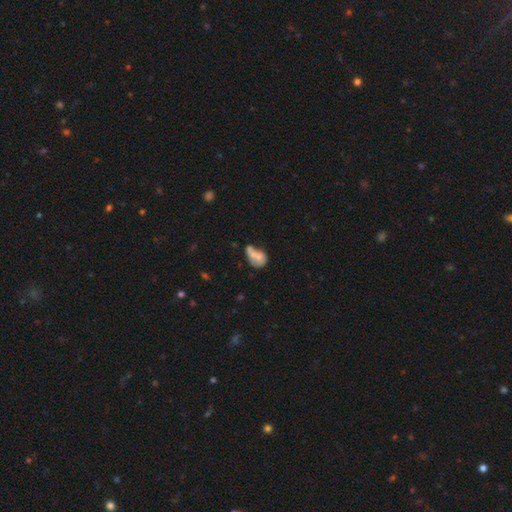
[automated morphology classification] A smooth galaxy with no disk features (59%) that is in between round and cigar-shaped (68%). Merging: merger (50%).